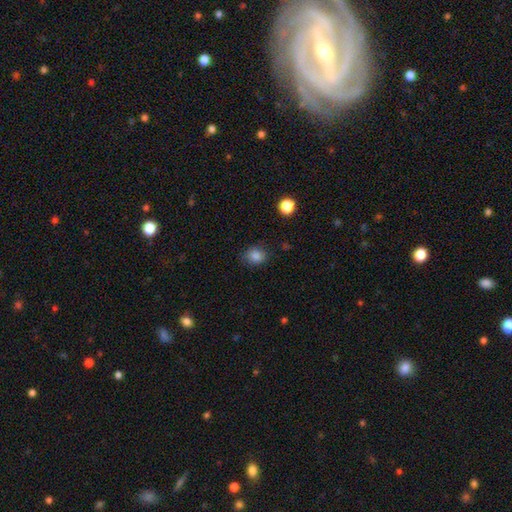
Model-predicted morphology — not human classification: The model was most divided on "how rounded": round: 62%, in between: 37%, cigar-shaped: 1%. More confident: smooth or featured — smooth (84%); merging — none (78%).